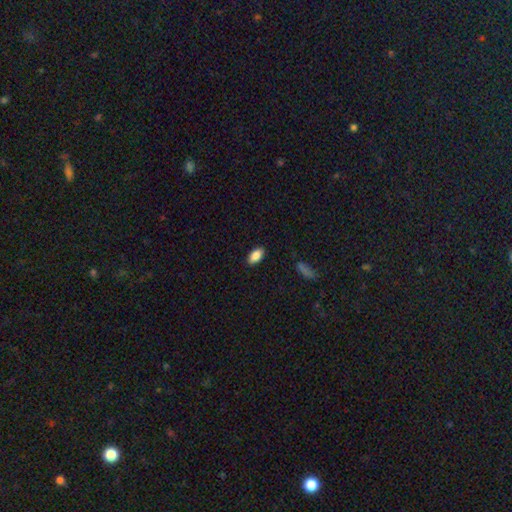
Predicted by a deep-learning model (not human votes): This is clearly a smooth galaxy (88%). How rounded: clearly in between (93%). Merging: clearly none (88%).